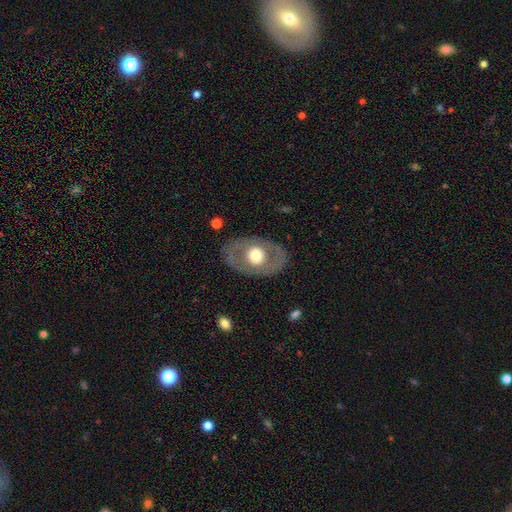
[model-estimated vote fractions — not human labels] Smooth or featured: featured or disk — 52% (smooth — 43%)
Edge-on disk: no — 90% (yes — 10%)
Merging: none — 83% (minor disturbance — 10%)